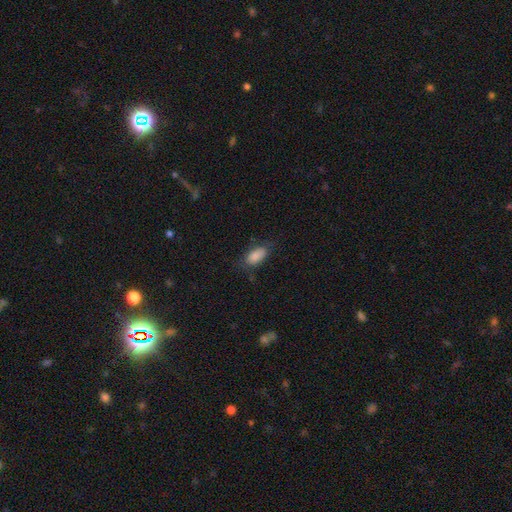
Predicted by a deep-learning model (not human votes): Smooth or featured?
  - smooth: 85% *
  - star or artifact: 7%
  - featured or disk: 7%
How rounded?
  - in between: 92% *
  - cigar-shaped: 5%
  - round: 3%
Merging?
  - none: 70% *
  - minor disturbance: 21%
  - major disturbance: 7%
  - merger: 1%